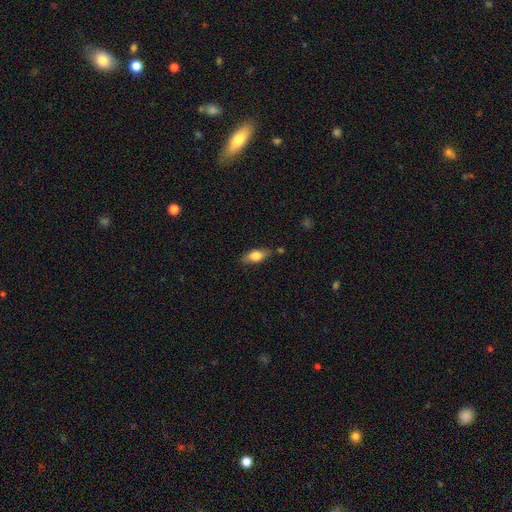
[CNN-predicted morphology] Smooth or featured?
  - smooth: 78% *
  - featured or disk: 15%
  - star or artifact: 7%
How rounded?
  - in between: 82% *
  - cigar-shaped: 15%
  - round: 4%
Merging?
  - none: 76% *
  - minor disturbance: 17%
  - merger: 4%
  - major disturbance: 4%